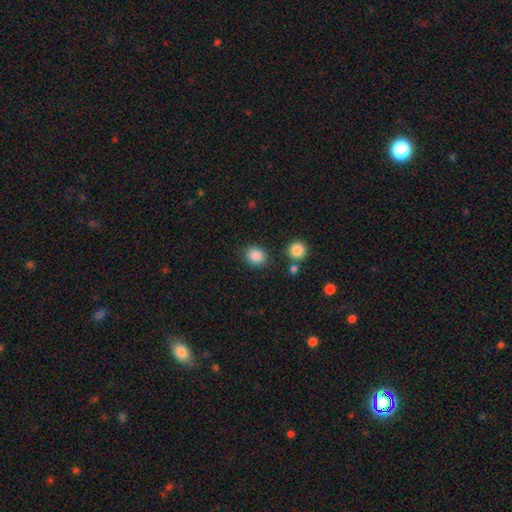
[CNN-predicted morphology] A smooth galaxy with no disk features (87%) that is round (73%).

Vote fractions:
- Smooth or featured? smooth: 87% / star or artifact: 9% / featured or disk: 3%
- How rounded? round: 73% / in between: 26% / cigar-shaped: 1%
- Merging? none: 84% / minor disturbance: 9% / merger: 4% / major disturbance: 3%